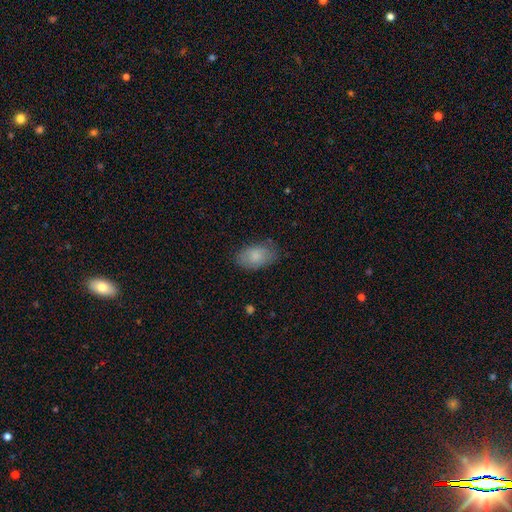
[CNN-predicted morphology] smooth 83%, featured or disk 10%, star or artifact 6%. Down the decision tree: how rounded — in between (93%); merging — none (77%).